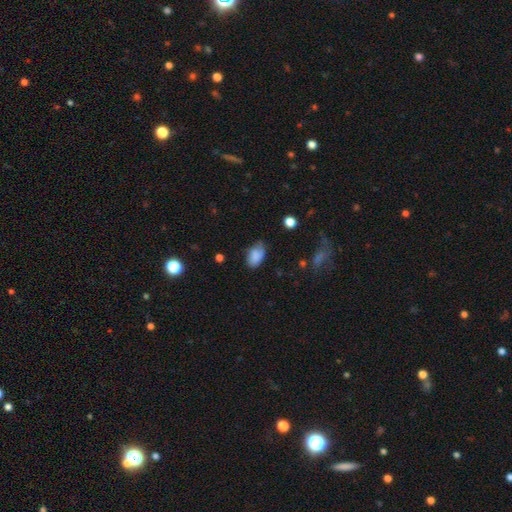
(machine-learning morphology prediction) smooth_or_featured: smooth (p=0.85) [alt: star or artifact p=0.08]
how_rounded: in between (p=0.91) [alt: round p=0.07]
merging: none (p=0.65) [alt: minor disturbance p=0.28]